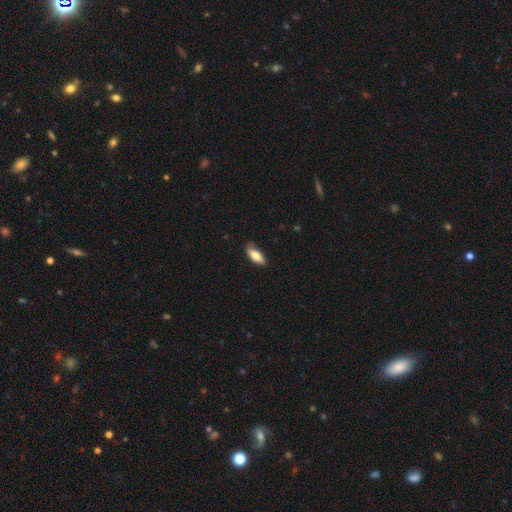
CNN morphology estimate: smooth 75%, featured or disk 19%, star or artifact 6%. Down the decision tree: how rounded — in between (72%); merging — none (76%).